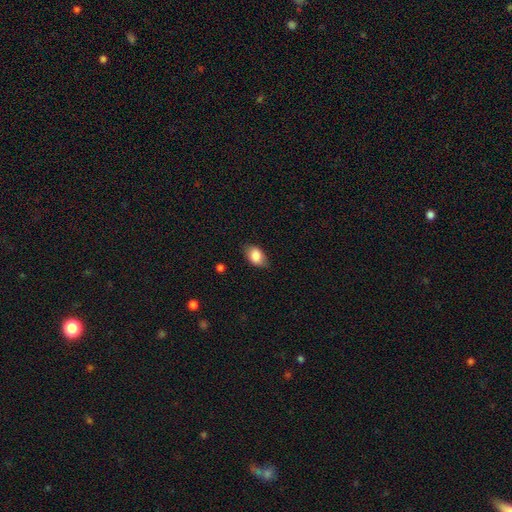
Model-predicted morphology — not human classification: Q: Smooth or featured?
A: smooth (84%); runner-up: featured or disk (9%)
Q: How rounded?
A: in between (88%); runner-up: round (10%)
Q: Merging?
A: none (79%); runner-up: minor disturbance (17%)